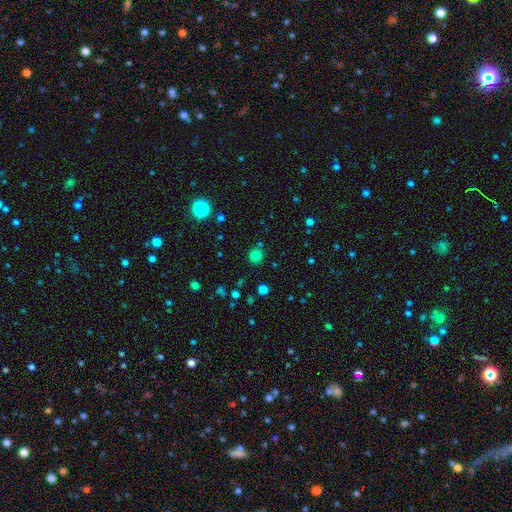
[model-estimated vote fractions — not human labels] Smooth or featured? Predicted: smooth (p=0.75). How rounded? Predicted: round (p=0.81). Merging? Predicted: none (p=0.81).